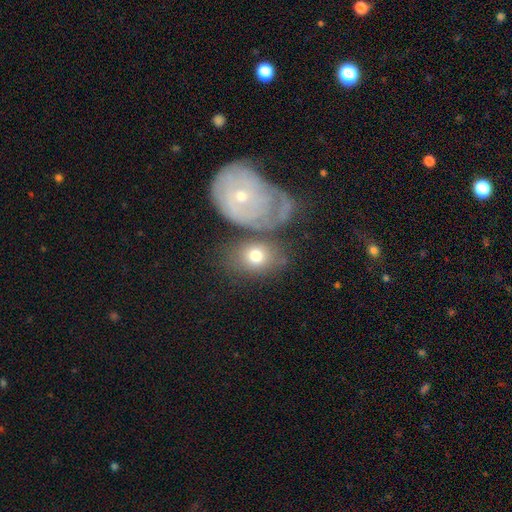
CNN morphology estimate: A smooth galaxy with no disk features (62%) that is in between round and cigar-shaped (61%). Merging: none (48%).